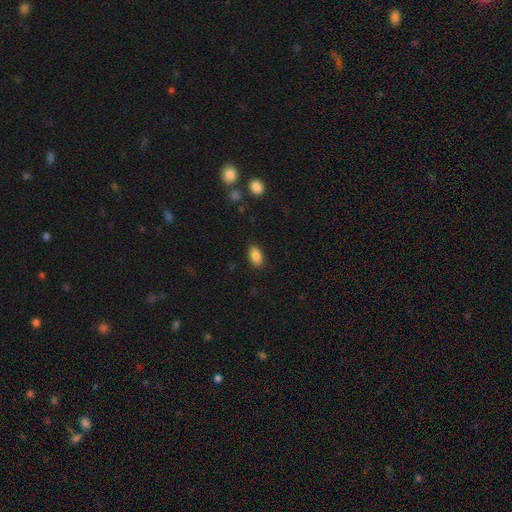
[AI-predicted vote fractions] Smooth or featured? smooth (87%)
How rounded? in between (92%)
Merging? none (87%)